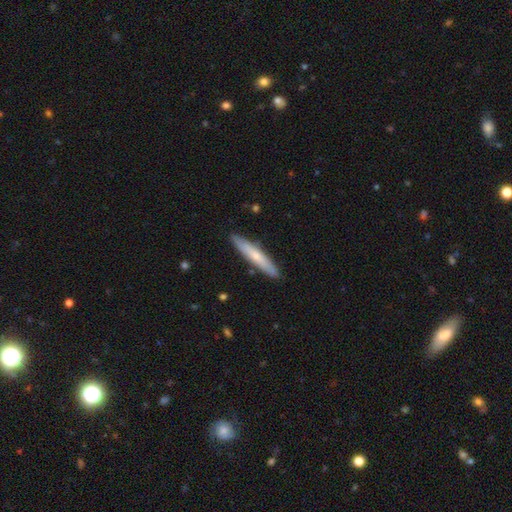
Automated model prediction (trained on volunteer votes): A smooth galaxy with no disk features (60%) that is cigar-shaped (92%). Merging: none (89%).